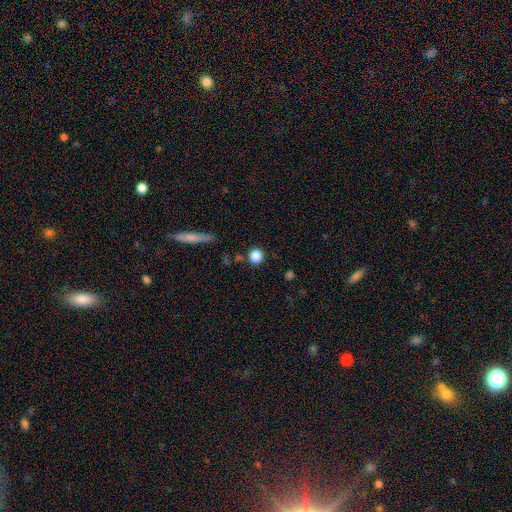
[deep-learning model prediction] Smooth or featured: smooth — 86% (star or artifact — 10%)
How rounded: round — 90% (in between — 9%)
Merging: none — 85% (minor disturbance — 8%)